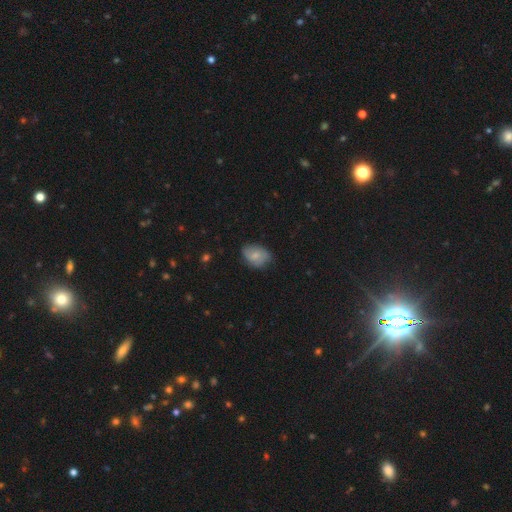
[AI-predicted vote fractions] This appears to be a smooth galaxy with no disk features (72%) that is in between round and cigar-shaped (78%). Merging: none (64%).